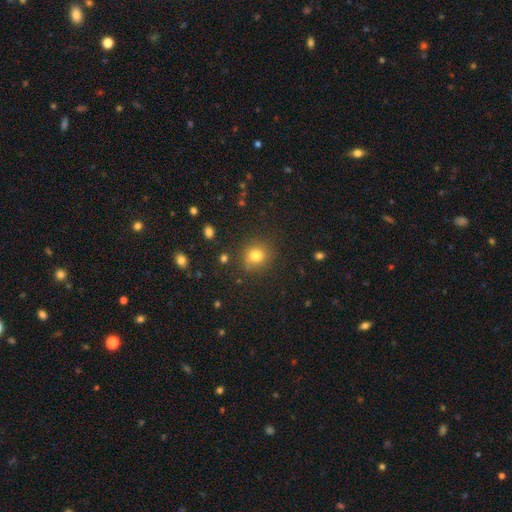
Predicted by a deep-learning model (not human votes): Morphology: type=smooth (79%); roundness=round (85%); merging=none (82%).